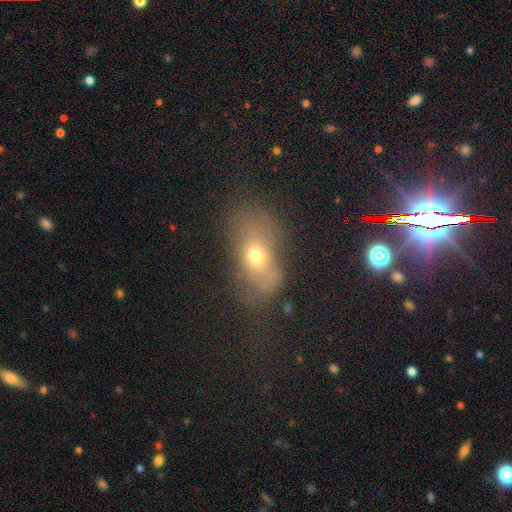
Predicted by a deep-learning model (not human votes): smooth 57%, featured or disk 28%, star or artifact 15%. Down the decision tree: how rounded — in between (76%); merging — none (40%).